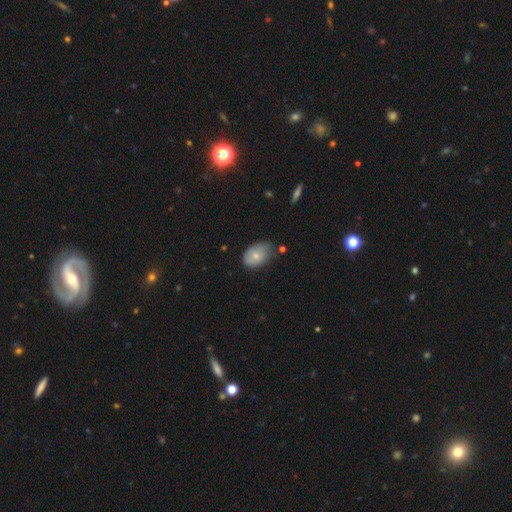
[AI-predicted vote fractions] This appears to be a smooth galaxy with no disk features (73%) that is in between round and cigar-shaped (84%). Merging: none (54%).